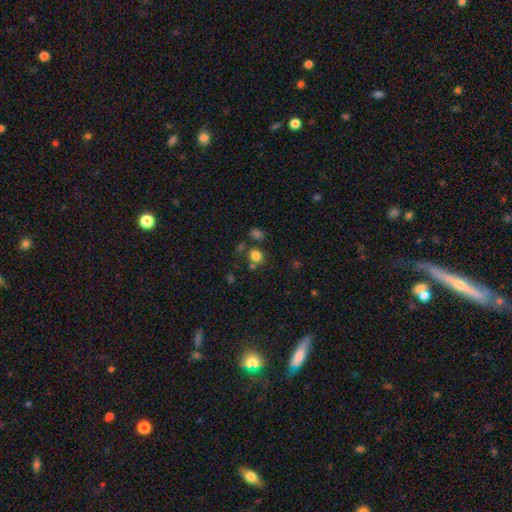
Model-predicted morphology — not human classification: Smooth or featured: smooth — 78% (star or artifact — 15%)
How rounded: round — 79% (in between — 20%)
Merging: none — 66% (merger — 17%)